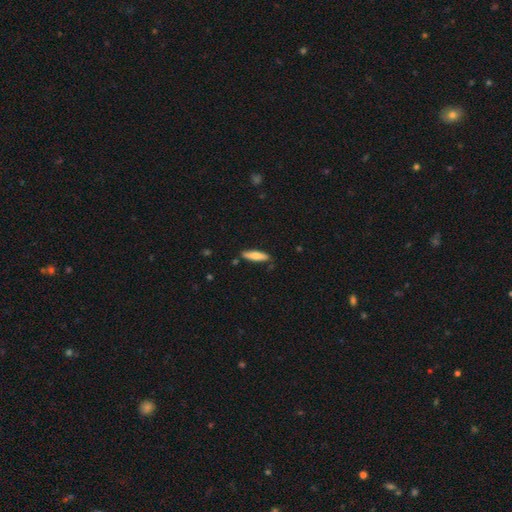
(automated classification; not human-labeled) Morphology: type=smooth (75%); roundness=cigar-shaped (68%); merging=none (83%).